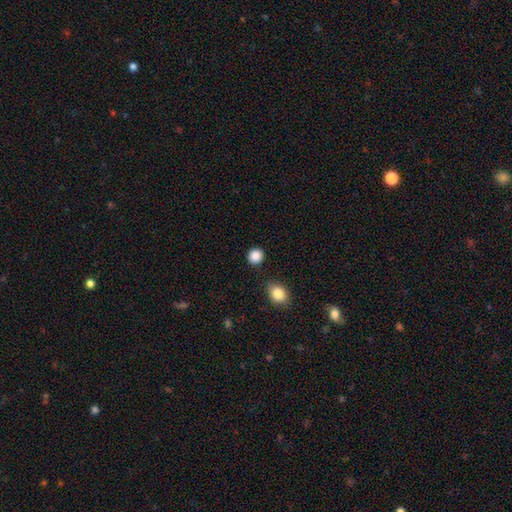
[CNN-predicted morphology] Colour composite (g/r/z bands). It shows a smooth galaxy with no disk features (88%) that is round (87%). Merging: none (86%).